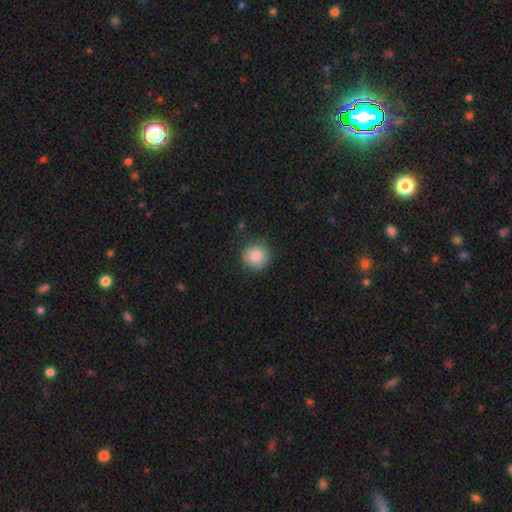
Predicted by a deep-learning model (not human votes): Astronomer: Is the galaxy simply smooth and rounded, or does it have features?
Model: smooth — 84%.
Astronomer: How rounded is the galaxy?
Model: round — 92%.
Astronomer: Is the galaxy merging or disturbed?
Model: none — 82%.